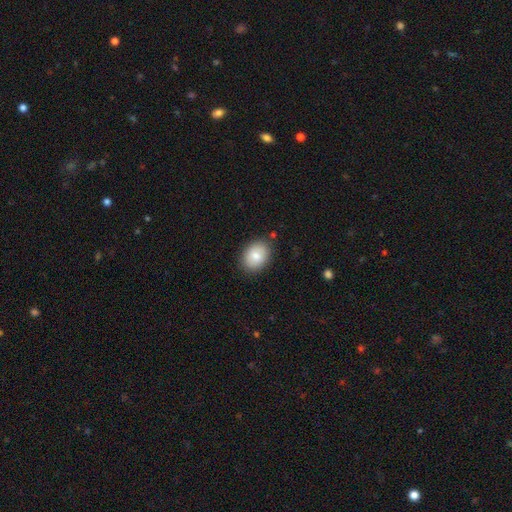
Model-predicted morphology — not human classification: This is clearly a smooth galaxy (81%). How rounded: likely in between (67%). Merging: clearly none (85%).